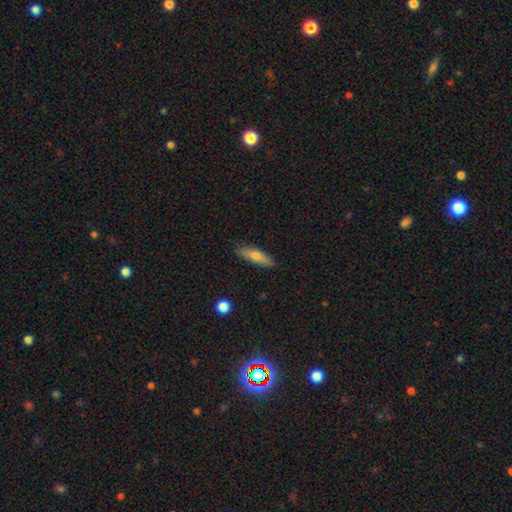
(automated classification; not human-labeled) Q: Smooth or featured?
A: smooth (71%); runner-up: featured or disk (23%)
Q: How rounded?
A: cigar-shaped (69%); runner-up: in between (29%)
Q: Merging?
A: none (81%); runner-up: minor disturbance (15%)